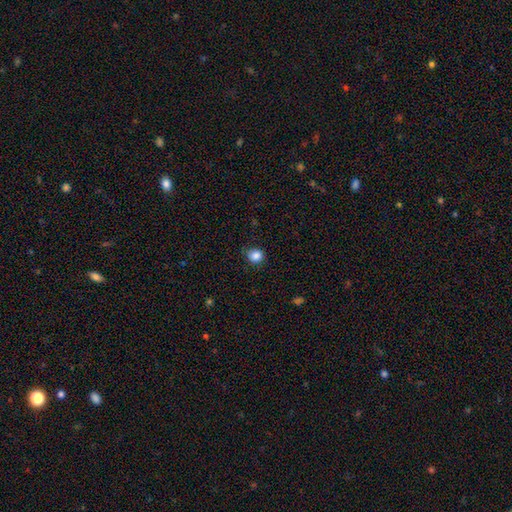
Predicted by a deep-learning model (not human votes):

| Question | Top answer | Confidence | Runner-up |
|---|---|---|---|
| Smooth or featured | smooth | 85% | star or artifact (11%) |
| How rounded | round | 82% | in between (17%) |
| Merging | none | 81% | minor disturbance (15%) |